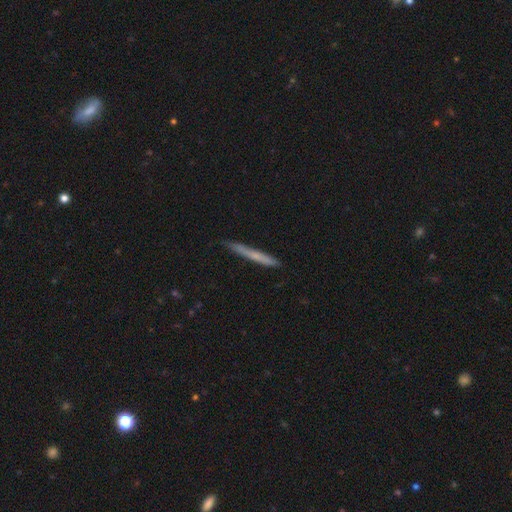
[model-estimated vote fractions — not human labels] A smooth galaxy with no disk features (55%) that is cigar-shaped (96%).

Vote fractions:
- Smooth or featured? smooth: 55% / featured or disk: 39% / star or artifact: 7%
- How rounded? cigar-shaped: 96% / in between: 2% / round: 1%
- Merging? none: 83% / minor disturbance: 13% / major disturbance: 2% / merger: 1%